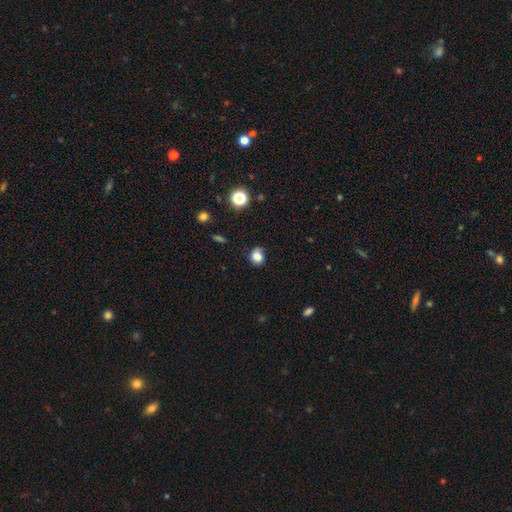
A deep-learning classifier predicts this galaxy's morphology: This is clearly a smooth galaxy (81%). How rounded: likely round (64%). Merging: likely none (61%).